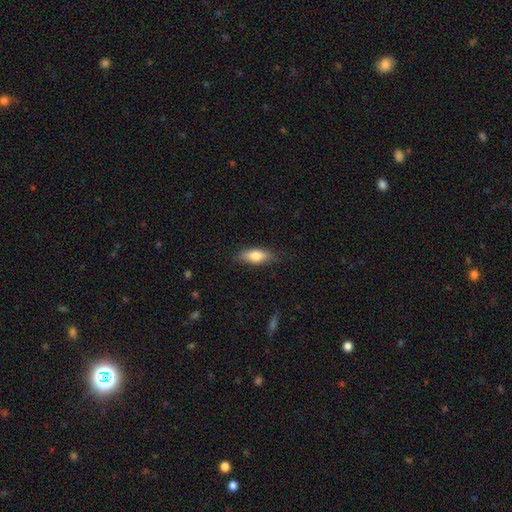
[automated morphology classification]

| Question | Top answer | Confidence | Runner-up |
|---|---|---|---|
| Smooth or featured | smooth | 73% | featured or disk (20%) |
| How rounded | in between | 73% | cigar-shaped (24%) |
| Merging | none | 79% | minor disturbance (16%) |